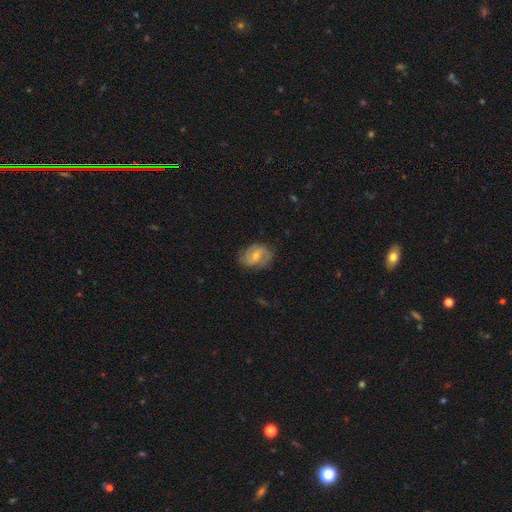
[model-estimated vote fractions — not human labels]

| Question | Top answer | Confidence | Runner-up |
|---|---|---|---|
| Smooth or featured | featured or disk | 61% | smooth (32%) |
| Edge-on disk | no | 97% | yes (3%) |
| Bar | weak | 49% | no (39%) |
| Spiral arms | yes | 86% | no (14%) |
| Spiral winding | medium | 45% | tight (29%) |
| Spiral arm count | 2 | 71% | can't tell (16%) |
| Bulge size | moderate | 52% | small (41%) |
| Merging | none | 73% | minor disturbance (20%) |